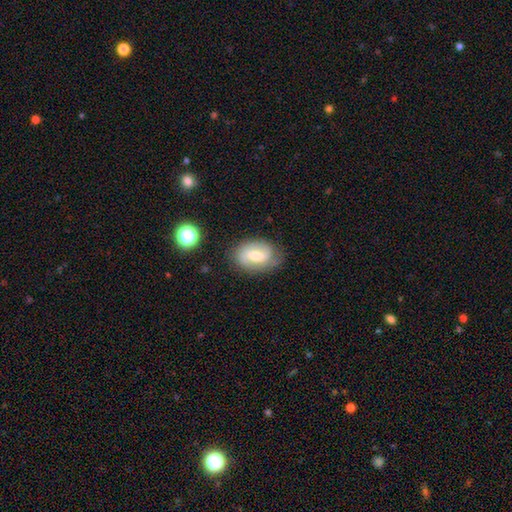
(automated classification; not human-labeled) smooth_or_featured: featured or disk (p=0.56) [alt: smooth p=0.35]
disk_edge_on: no (p=0.95) [alt: yes p=0.05]
bar: weak (p=0.50) [alt: no p=0.30]
has_spiral_arms: yes (p=0.82) [alt: no p=0.18]
bulge_size: moderate (p=0.65) [alt: small p=0.27]
merging: none (p=0.77) [alt: minor disturbance p=0.17]